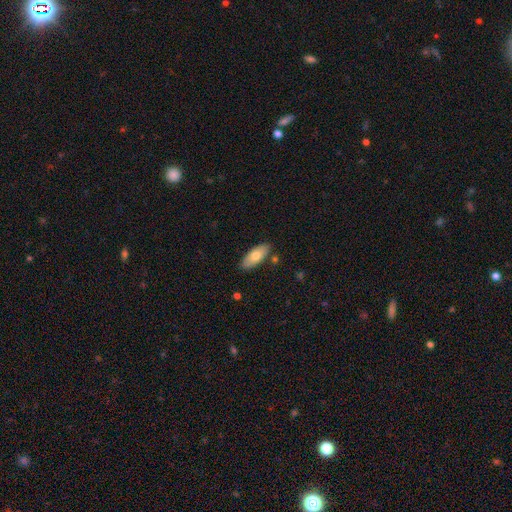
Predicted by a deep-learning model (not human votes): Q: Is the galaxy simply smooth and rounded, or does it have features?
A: smooth — 71%.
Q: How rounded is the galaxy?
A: in between — 84%.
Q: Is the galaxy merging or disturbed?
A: none — 83%.